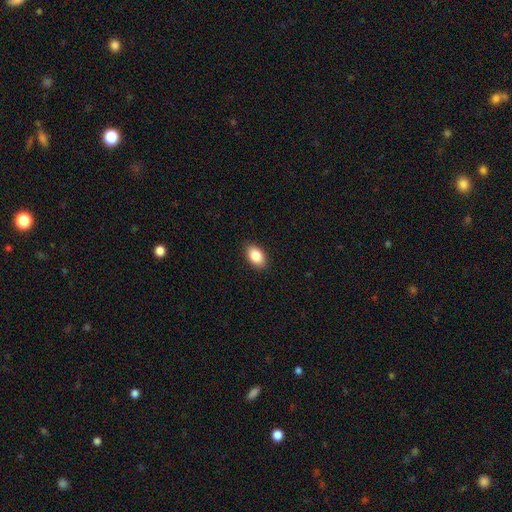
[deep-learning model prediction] smooth 86%, star or artifact 8%, featured or disk 6%. Down the decision tree: how rounded — in between (89%); merging — none (89%).